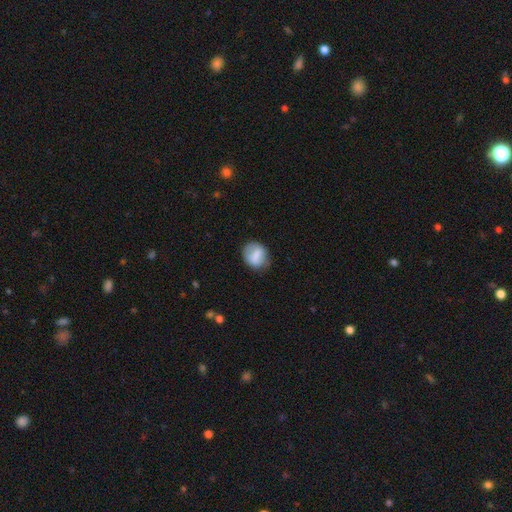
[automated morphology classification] Smooth or featured?
  - smooth: 69% *
  - featured or disk: 24%
  - star or artifact: 7%
How rounded?
  - round: 55% *
  - in between: 43%
  - cigar-shaped: 2%
Merging?
  - none: 76% *
  - minor disturbance: 17%
  - major disturbance: 5%
  - merger: 2%